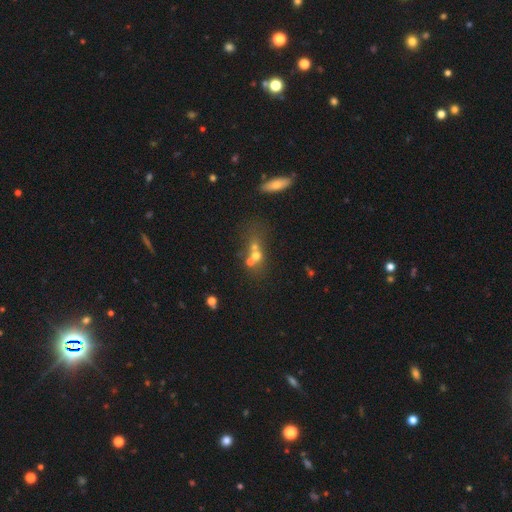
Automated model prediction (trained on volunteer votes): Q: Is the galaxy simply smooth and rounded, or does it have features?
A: smooth — 50%.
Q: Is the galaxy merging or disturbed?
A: merger — 54%.